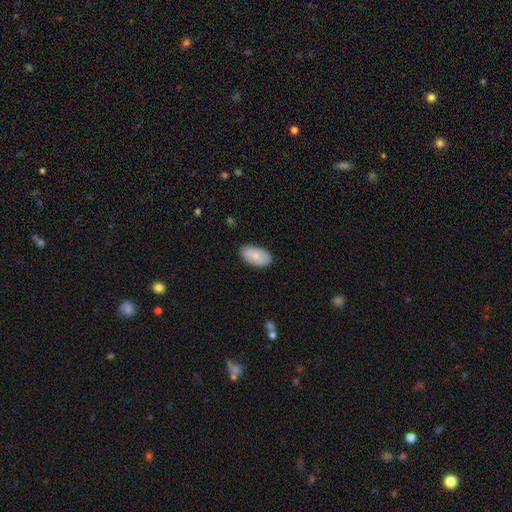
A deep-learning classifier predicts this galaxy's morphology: The model was most divided on "smooth or featured": smooth: 77%, featured or disk: 17%, star or artifact: 6%. More confident: how rounded — in between (95%); merging — none (83%).